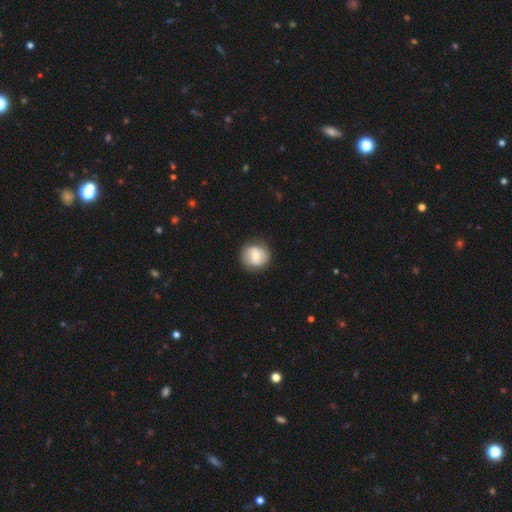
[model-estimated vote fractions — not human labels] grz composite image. It shows a smooth galaxy with no disk features (62%) that is round (86%). Merging: none (83%).